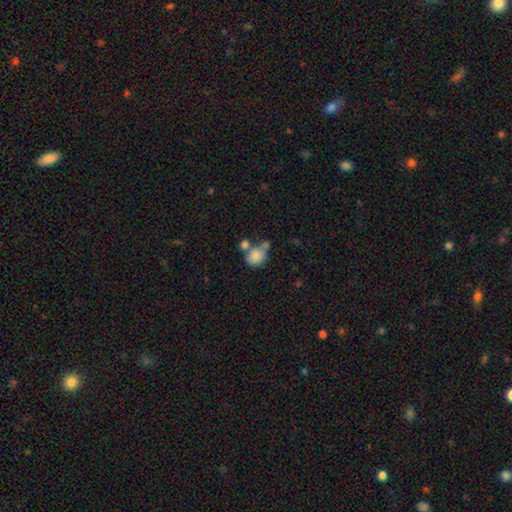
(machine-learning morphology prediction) type=smooth (81%); roundness=round (57%); merging=merger (38%).